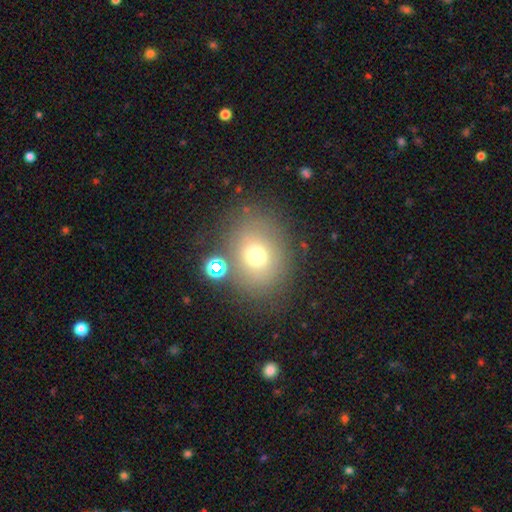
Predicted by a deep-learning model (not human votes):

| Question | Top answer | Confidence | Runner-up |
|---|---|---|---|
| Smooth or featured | smooth | 69% | featured or disk (17%) |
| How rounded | in between | 54% | round (45%) |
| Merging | none | 74% | minor disturbance (13%) |